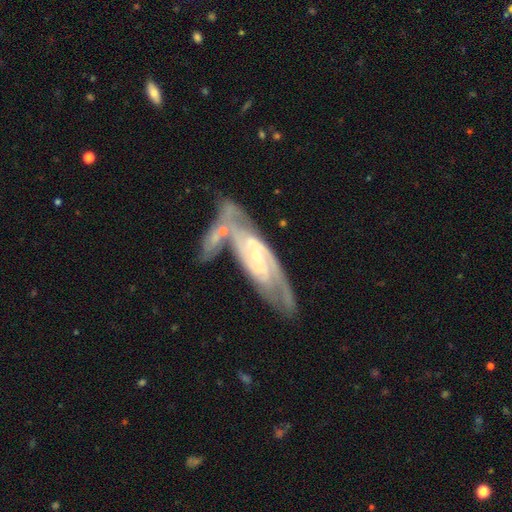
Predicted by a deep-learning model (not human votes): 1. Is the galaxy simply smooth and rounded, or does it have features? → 88% featured or disk, 7% smooth, 5% star or artifact.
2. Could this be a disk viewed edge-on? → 89% no, 11% yes.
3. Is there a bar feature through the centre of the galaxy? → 45% no, 37% weak, 18% strong.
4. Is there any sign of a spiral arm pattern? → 96% yes, 4% no.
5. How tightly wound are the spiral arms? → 52% tight, 40% medium, 8% loose.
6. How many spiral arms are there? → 72% 2, 14% can't tell, 8% 3, 3% 1, 2% 4, 2% more than 4.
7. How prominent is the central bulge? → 72% small, 23% moderate, 2% none, 1% large, 1% dominant.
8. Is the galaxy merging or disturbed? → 47% none, 30% merger, 16% minor disturbance, 7% major disturbance.